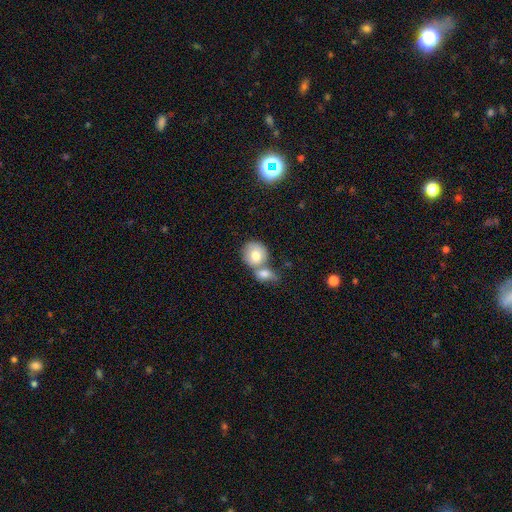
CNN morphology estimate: type=smooth (77%); roundness=round (76%); merging=merger (56%).